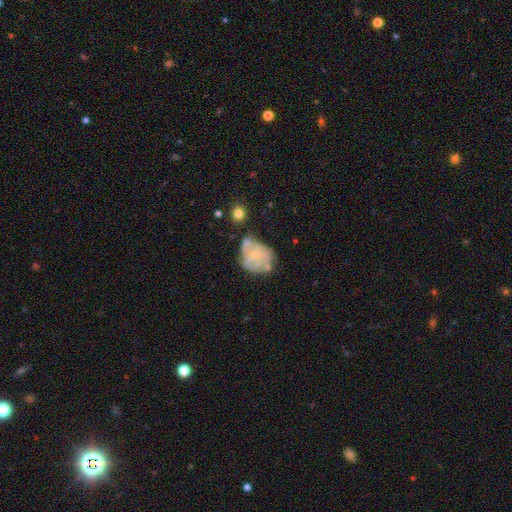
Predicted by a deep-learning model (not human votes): Smooth or featured? featured or disk (55%)
Edge-on disk? no (98%)
Bar? no (86%)
Spiral arms? no (67%)
Bulge size? small (69%)
Merging? none (37%)